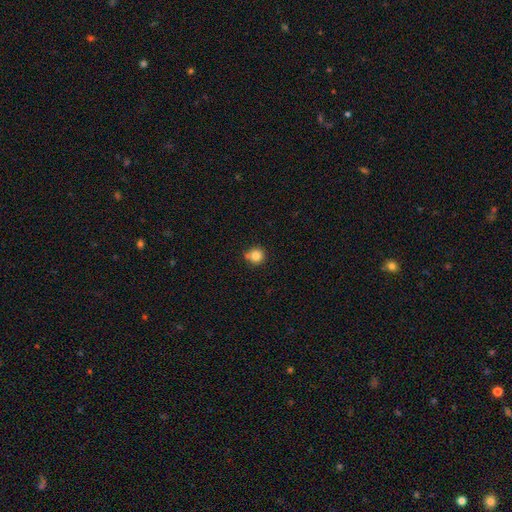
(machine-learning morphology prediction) A smooth galaxy with no disk features (82%) that is round (89%).

Vote fractions:
- Smooth or featured? smooth: 82% / star or artifact: 11% / featured or disk: 7%
- How rounded? round: 89% / in between: 10% / cigar-shaped: 1%
- Merging? none: 64% / minor disturbance: 24% / merger: 7% / major disturbance: 5%